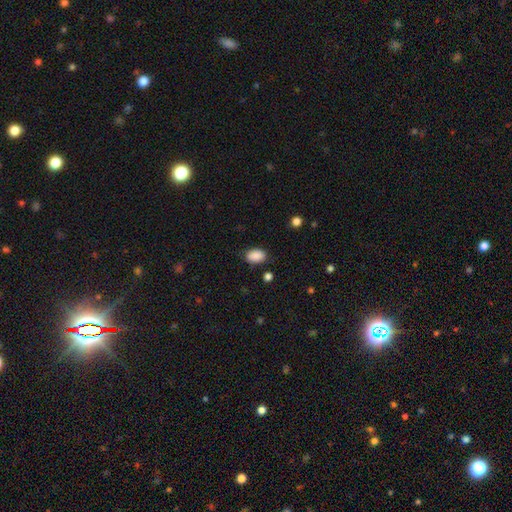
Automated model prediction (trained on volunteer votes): The model was most divided on "merging": none: 79%, minor disturbance: 15%, major disturbance: 4%, merger: 2%. More confident: smooth or featured — smooth (89%); how rounded — in between (87%).